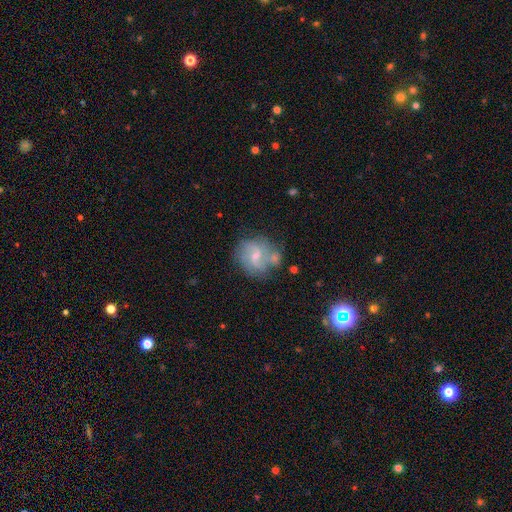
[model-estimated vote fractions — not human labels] Overall: featured or disk (69%). Edge-on disk: no (98%). Bar: weak (55%; no 35%). Spiral arms: yes (89%). Spiral arm count: 2 (61%). Spiral winding: medium (48%; loose 29%). Bulge size: small (54%; moderate 37%). Merging: none (54%; minor disturbance 19%).